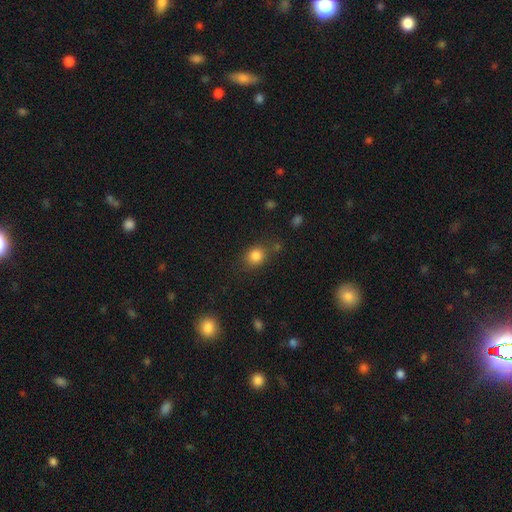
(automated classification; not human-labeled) Smooth or featured: smooth — 83% (star or artifact — 11%)
How rounded: round — 65% (in between — 34%)
Merging: none — 71% (minor disturbance — 17%)